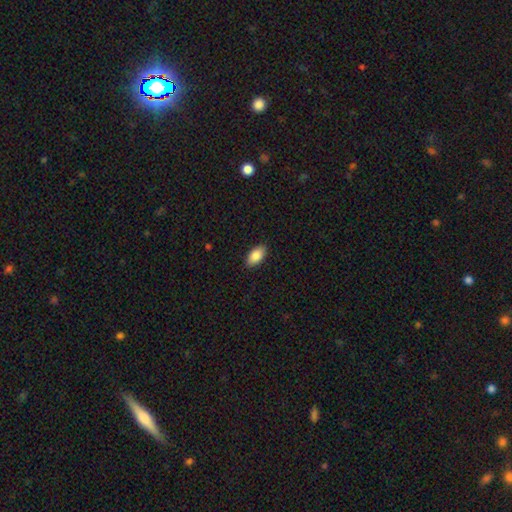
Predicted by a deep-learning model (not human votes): A smooth galaxy with no disk features (87%) that is in between round and cigar-shaped (93%).

Vote fractions:
- Smooth or featured? smooth: 87% / star or artifact: 7% / featured or disk: 7%
- How rounded? in between: 93% / round: 3% / cigar-shaped: 3%
- Merging? none: 88% / minor disturbance: 9% / major disturbance: 2% / merger: 1%